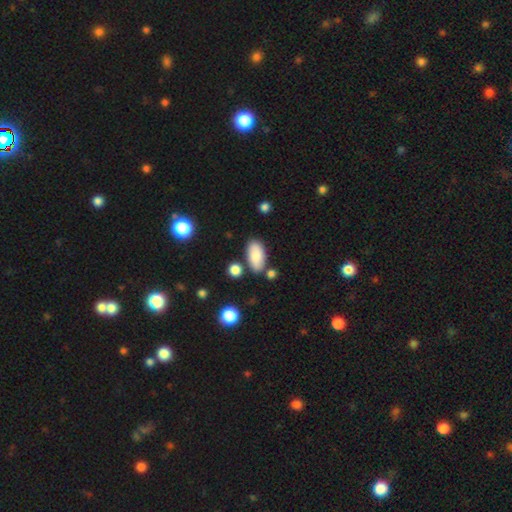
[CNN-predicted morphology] type=smooth (82%); roundness=in between (93%); merging=none (73%).